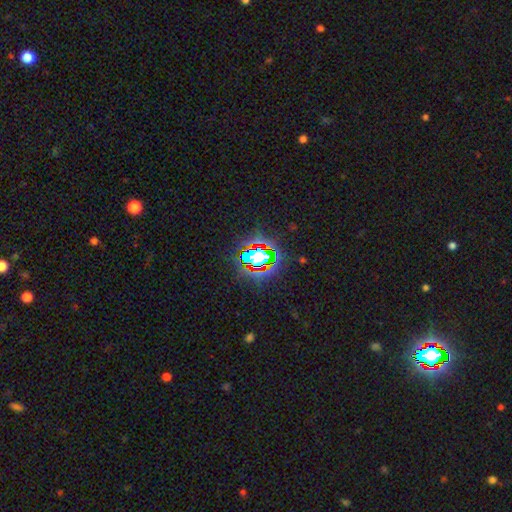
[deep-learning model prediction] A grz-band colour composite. It shows a star or artifact, not a galaxy (69%).